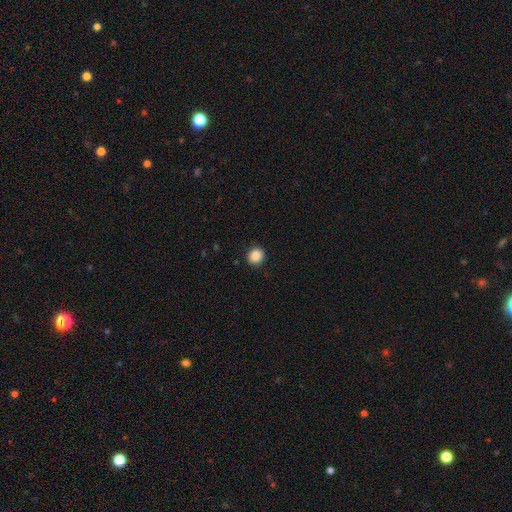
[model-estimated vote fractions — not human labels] A smooth galaxy with no disk features (88%) that is round (86%). Merging: none (89%).